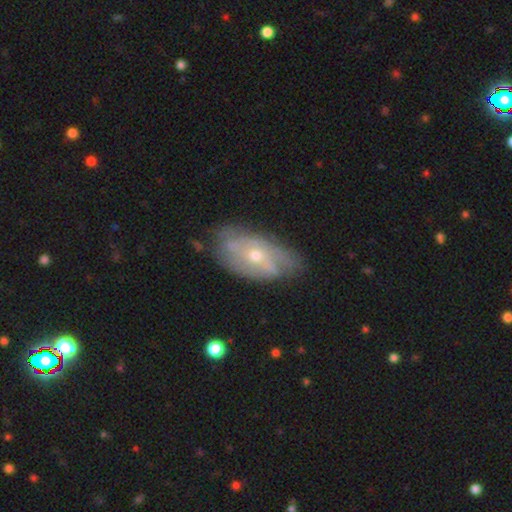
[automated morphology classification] The model was most divided on "bulge size": small: 56%, moderate: 41%, large: 1%, none: 1%, dominant: 1%. More confident: edge-on disk — no (91%); bar — no (74%); spiral arms — yes (71%); smooth or featured — featured or disk (67%); merging — none (64%).